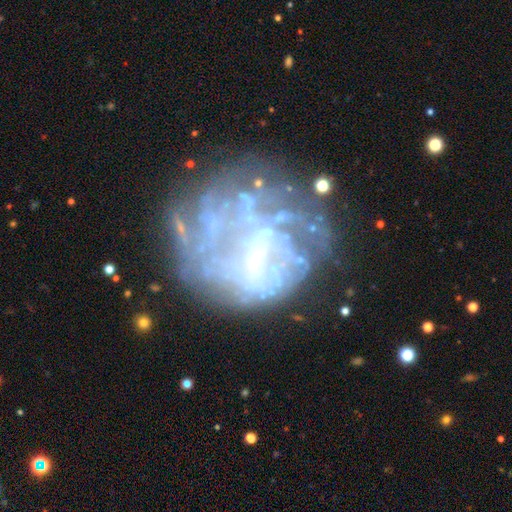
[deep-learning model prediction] This is likely a featured or disk galaxy (72%). It is clearly not viewed edge-on (98%). Bar: likely no (68%). Spiral arm pattern: possibly no (56%). Central bulge: likely small (62%). Merging: possibly none (49%).